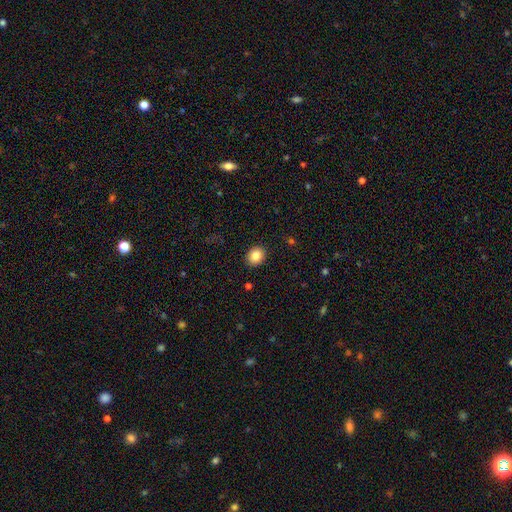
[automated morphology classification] Smooth or featured: smooth — 84% (star or artifact — 9%)
How rounded: round — 60% (in between — 39%)
Merging: none — 91% (minor disturbance — 6%)